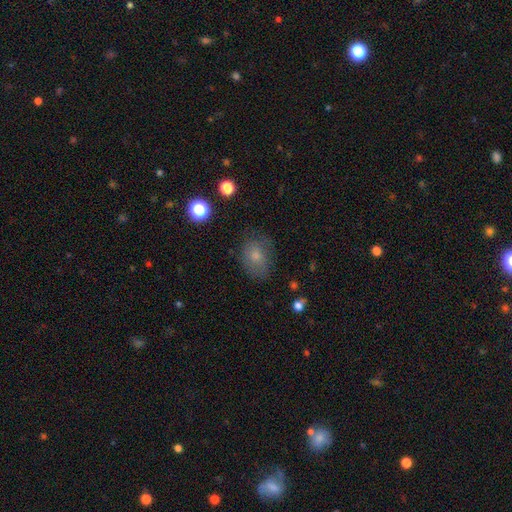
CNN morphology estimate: Smooth or featured: smooth — 73% (featured or disk — 16%)
How rounded: in between — 61% (round — 37%)
Merging: none — 68% (minor disturbance — 21%)